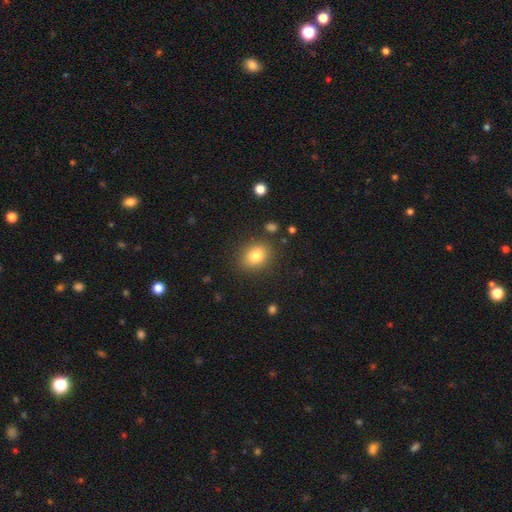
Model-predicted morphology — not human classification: A smooth galaxy with no disk features (81%) that is round (52%).

Vote fractions:
- Smooth or featured? smooth: 81% / star or artifact: 10% / featured or disk: 8%
- How rounded? round: 52% / in between: 47% / cigar-shaped: 1%
- Merging? none: 85% / minor disturbance: 9% / major disturbance: 3% / merger: 2%